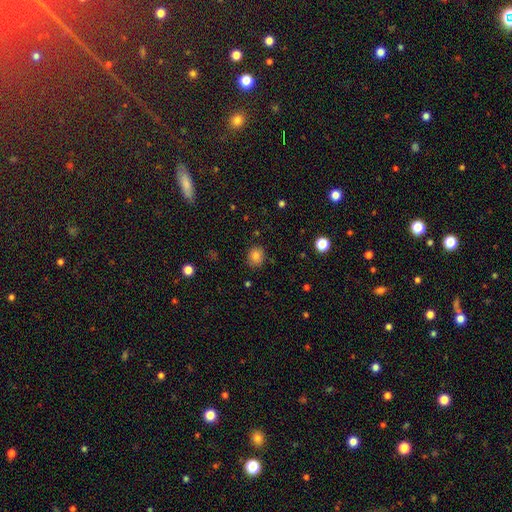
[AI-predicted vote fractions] This appears to be a smooth galaxy with no disk features (82%) that is round (74%). Merging: none (84%).